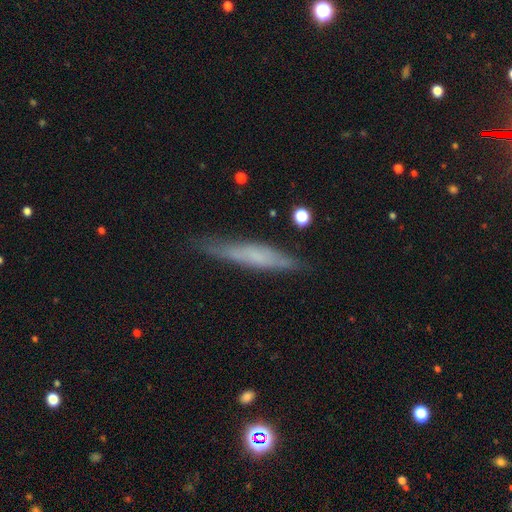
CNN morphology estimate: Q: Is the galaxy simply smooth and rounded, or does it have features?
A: smooth — 48%.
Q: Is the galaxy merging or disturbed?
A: none — 77%.